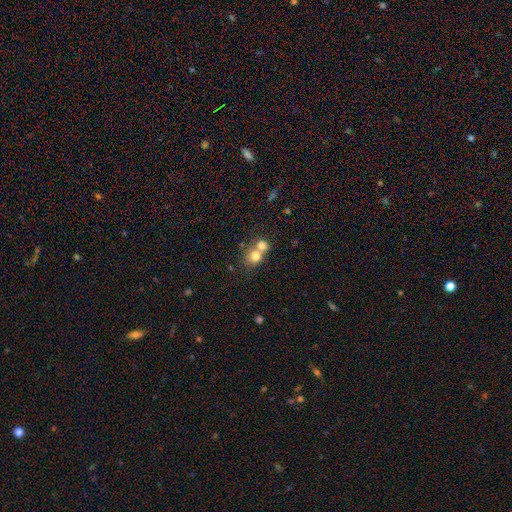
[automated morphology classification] A smooth galaxy with no disk features (75%) that is round (74%).

Vote fractions:
- Smooth or featured? smooth: 75% / featured or disk: 14% / star or artifact: 11%
- How rounded? round: 74% / in between: 25% / cigar-shaped: 1%
- Merging? merger: 58% / none: 32% / minor disturbance: 6% / major disturbance: 3%